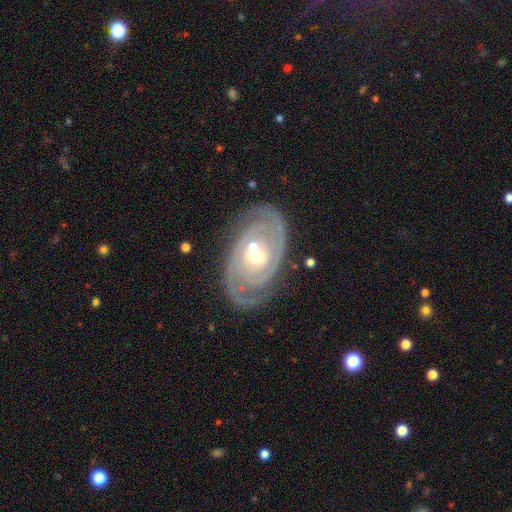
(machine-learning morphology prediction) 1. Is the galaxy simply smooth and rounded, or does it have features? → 86% featured or disk, 9% smooth, 5% star or artifact.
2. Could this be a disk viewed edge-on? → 95% no, 5% yes.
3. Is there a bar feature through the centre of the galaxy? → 72% no, 20% weak, 7% strong.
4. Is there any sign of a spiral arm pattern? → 92% yes, 8% no.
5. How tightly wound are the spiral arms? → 69% tight, 24% medium, 7% loose.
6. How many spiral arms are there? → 68% 2, 14% can't tell, 8% 3, 5% 1, 3% 4, 3% more than 4.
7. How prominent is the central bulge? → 65% moderate, 28% small, 4% large, 1% dominant, 1% none.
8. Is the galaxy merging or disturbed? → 73% none, 15% minor disturbance, 6% major disturbance, 6% merger.